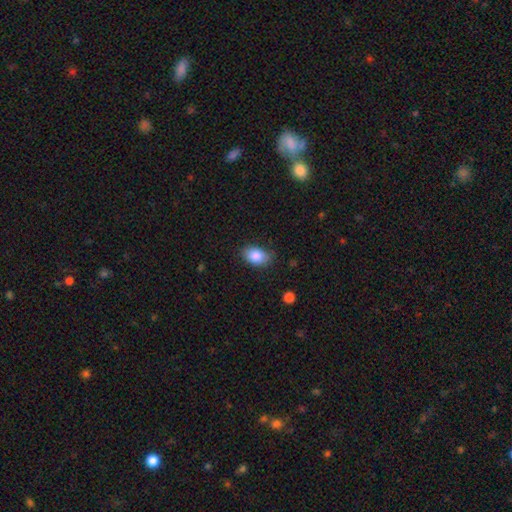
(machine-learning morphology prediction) Smooth or featured?
  - smooth: 86% *
  - star or artifact: 8%
  - featured or disk: 7%
How rounded?
  - in between: 86% *
  - round: 12%
  - cigar-shaped: 1%
Merging?
  - none: 77% *
  - minor disturbance: 18%
  - major disturbance: 4%
  - merger: 1%